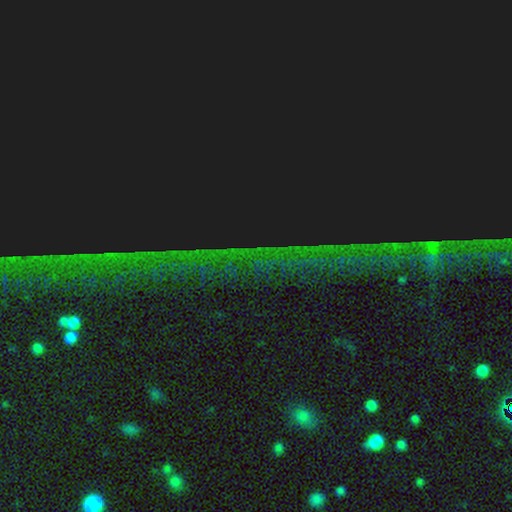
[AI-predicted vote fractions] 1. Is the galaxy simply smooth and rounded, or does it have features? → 85% star or artifact, 8% smooth, 8% featured or disk.